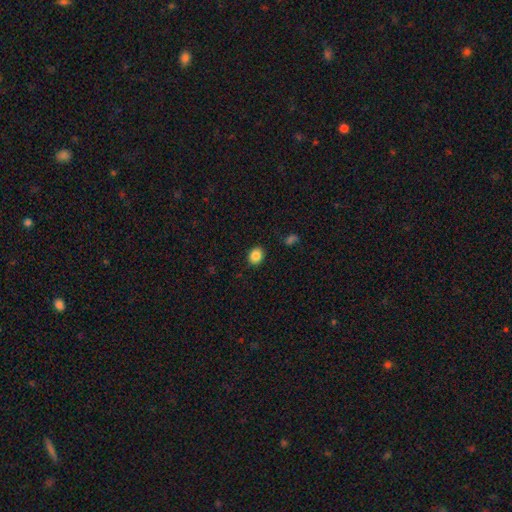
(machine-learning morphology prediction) Smooth or featured? smooth (86%)
How rounded? round (57%)
Merging? none (89%)